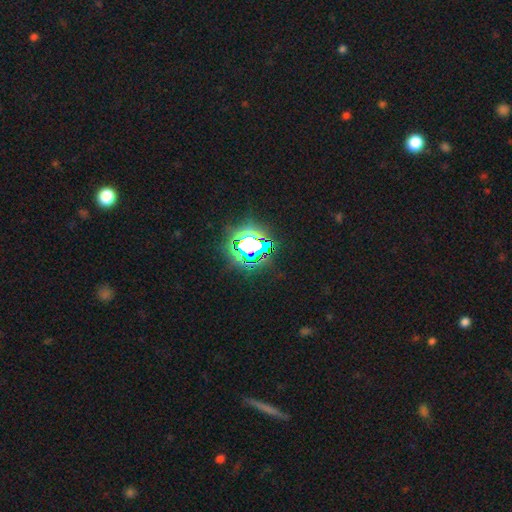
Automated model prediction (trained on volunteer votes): A star or artifact, not a galaxy (75%).

Vote fractions:
- Smooth or featured? star or artifact: 75% / smooth: 14% / featured or disk: 11%